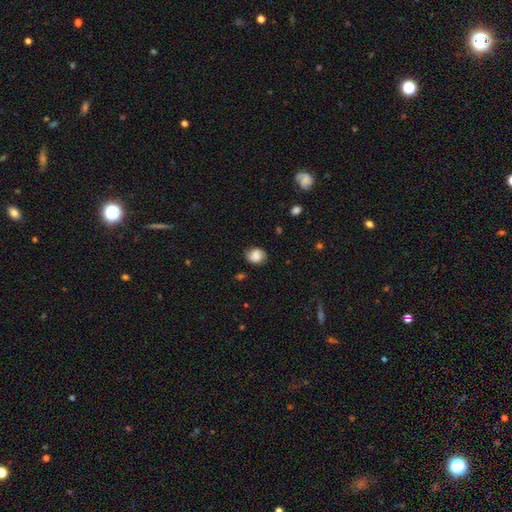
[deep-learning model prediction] Smooth or featured?
  - smooth: 75% *
  - featured or disk: 16%
  - star or artifact: 9%
How rounded?
  - round: 58% *
  - in between: 41%
  - cigar-shaped: 1%
Merging?
  - none: 72% *
  - minor disturbance: 21%
  - major disturbance: 6%
  - merger: 2%